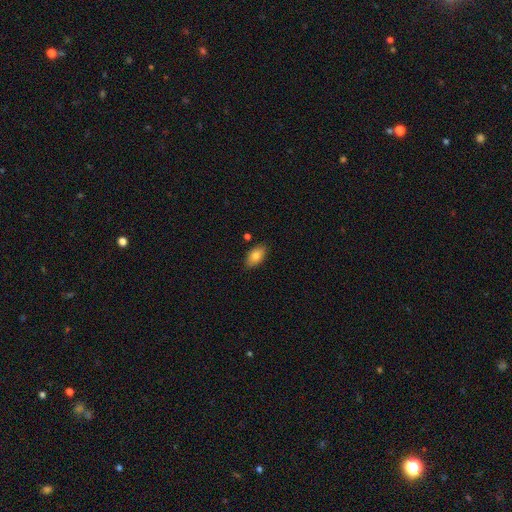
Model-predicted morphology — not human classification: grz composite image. It shows a smooth galaxy with no disk features (82%) that is in between round and cigar-shaped (91%). Merging: none (85%).